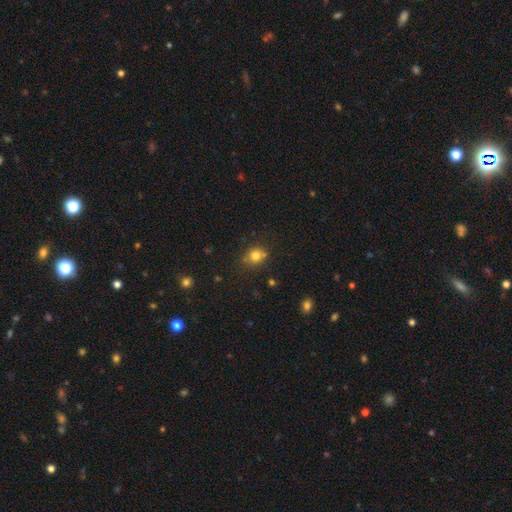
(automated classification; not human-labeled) Overall: smooth (77%). How rounded: round (75%). Merging: none (68%).